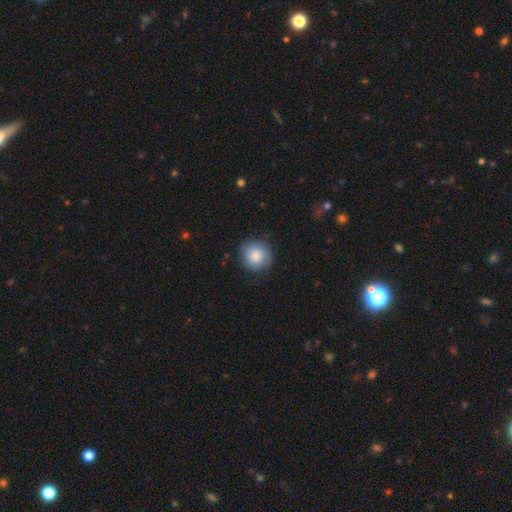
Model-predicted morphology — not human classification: A smooth galaxy with no disk features (81%) that is round (90%). Merging: none (79%).